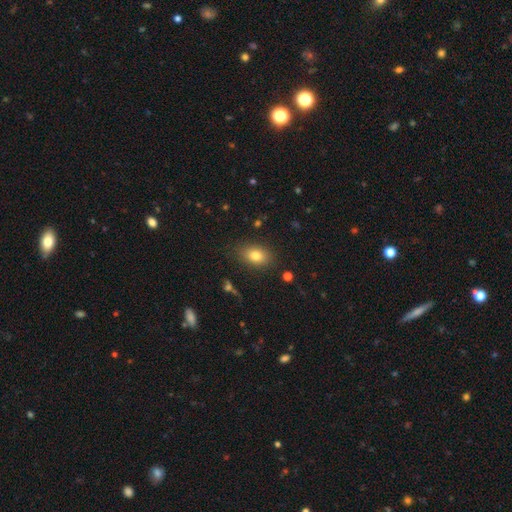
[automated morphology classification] This appears to be a smooth galaxy with no disk features (80%) that is in between round and cigar-shaped (81%). Merging: none (85%).